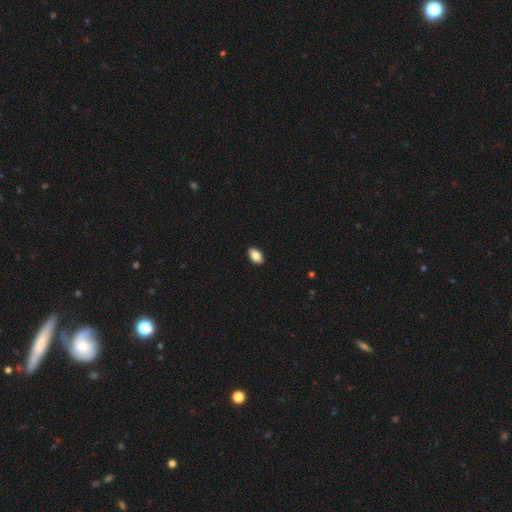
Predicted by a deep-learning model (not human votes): Q: Smooth or featured?
A: smooth (86%); runner-up: star or artifact (8%)
Q: How rounded?
A: in between (91%); runner-up: round (7%)
Q: Merging?
A: none (90%); runner-up: minor disturbance (7%)